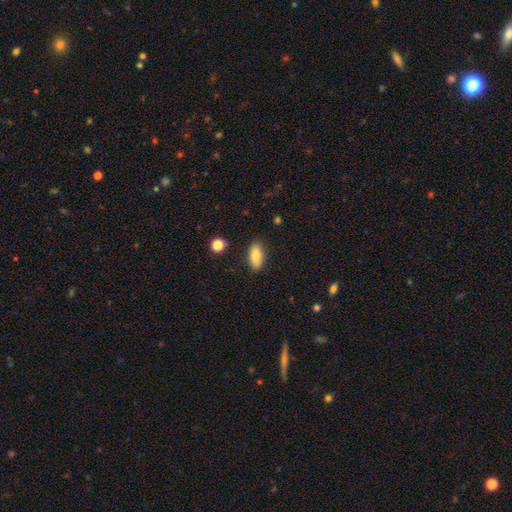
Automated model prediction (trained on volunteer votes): A smooth galaxy with no disk features (83%) that is in between round and cigar-shaped (87%).

Vote fractions:
- Smooth or featured? smooth: 83% / featured or disk: 9% / star or artifact: 7%
- How rounded? in between: 87% / cigar-shaped: 10% / round: 3%
- Merging? none: 85% / minor disturbance: 11% / major disturbance: 2% / merger: 2%